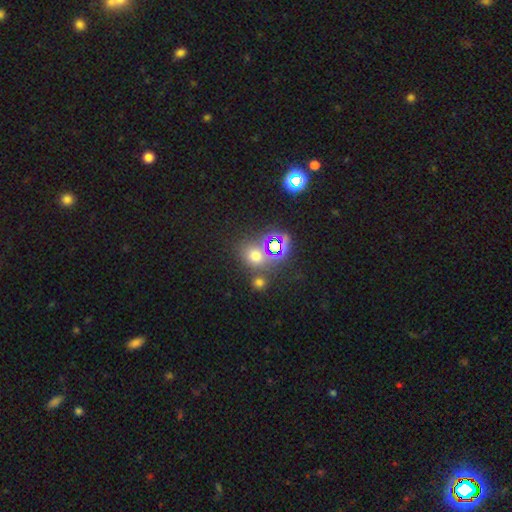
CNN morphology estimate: This is possibly a smooth galaxy (52%). How rounded: likely round (71%). Merging: likely none (69%).